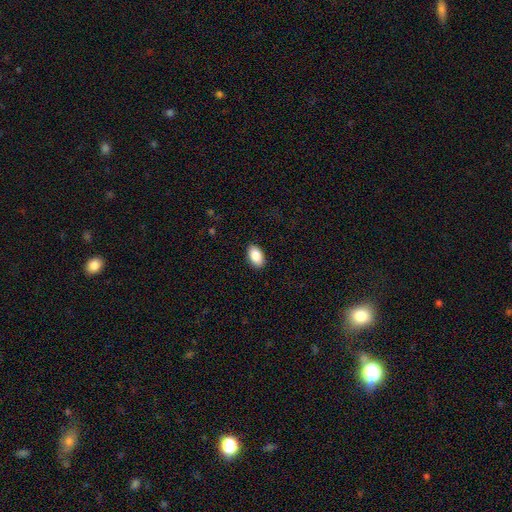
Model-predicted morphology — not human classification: This appears to be a smooth galaxy with no disk features (87%) that is in between round and cigar-shaped (93%). Merging: none (89%).